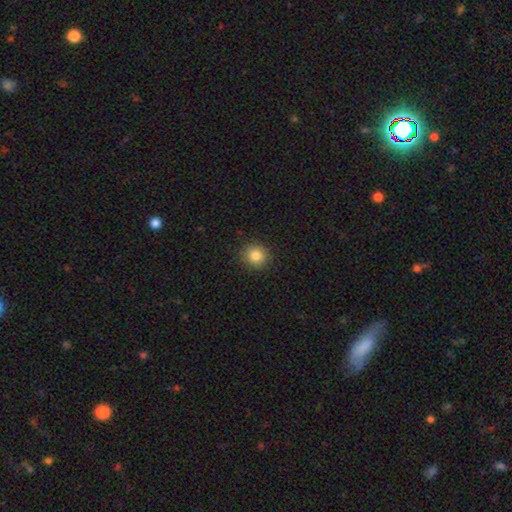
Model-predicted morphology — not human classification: The model was most divided on "smooth or featured": smooth: 83%, star or artifact: 11%, featured or disk: 5%. More confident: merging — none (90%); how rounded — round (89%).